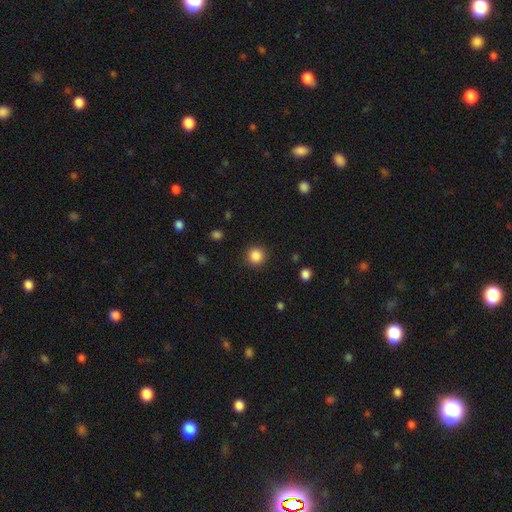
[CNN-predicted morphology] Smooth or featured: smooth — 86% (star or artifact — 10%)
How rounded: round — 94% (in between — 5%)
Merging: none — 90% (minor disturbance — 6%)